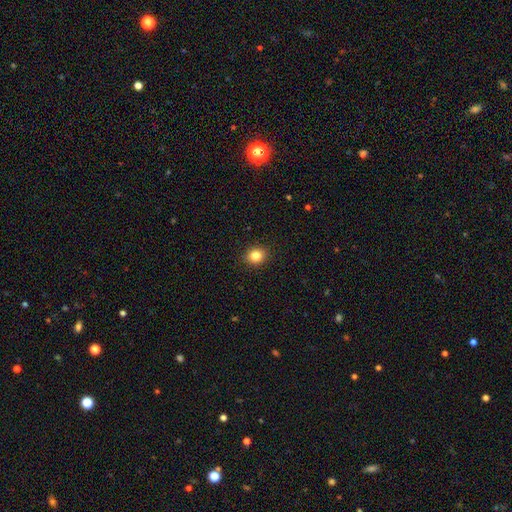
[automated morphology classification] Smooth or featured?
  - smooth: 83% *
  - star or artifact: 11%
  - featured or disk: 6%
How rounded?
  - round: 74% *
  - in between: 25%
  - cigar-shaped: 1%
Merging?
  - none: 91% *
  - minor disturbance: 6%
  - major disturbance: 2%
  - merger: 1%